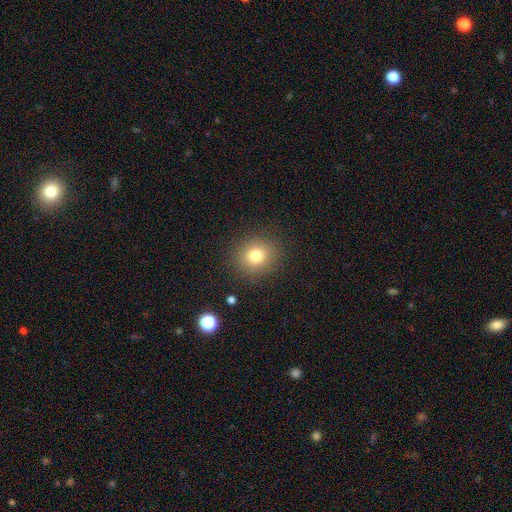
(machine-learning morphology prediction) A smooth galaxy with no disk features (77%) that is round (84%).

Vote fractions:
- Smooth or featured? smooth: 77% / star or artifact: 14% / featured or disk: 9%
- How rounded? round: 84% / in between: 15% / cigar-shaped: 1%
- Merging? none: 88% / minor disturbance: 8% / major disturbance: 3% / merger: 1%